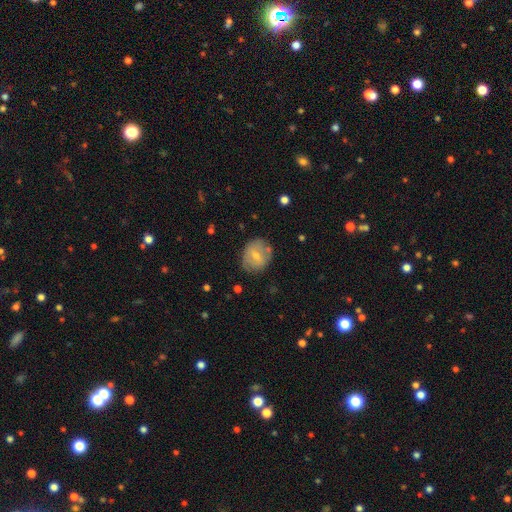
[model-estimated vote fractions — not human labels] This appears to be a smooth galaxy with no disk features (59%) that is round (57%). Merging: none (72%).